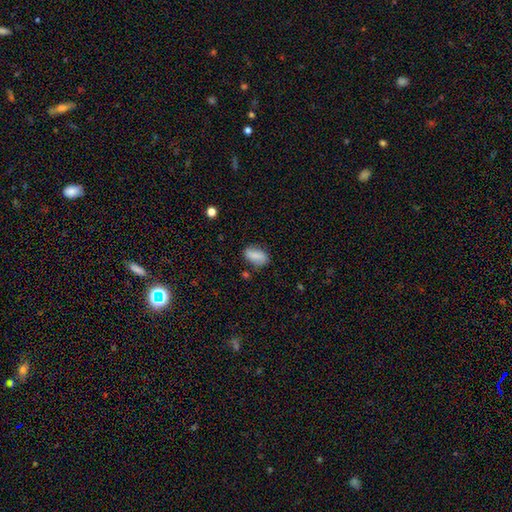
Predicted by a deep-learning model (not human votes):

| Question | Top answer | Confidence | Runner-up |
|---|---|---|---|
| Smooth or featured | smooth | 80% | featured or disk (12%) |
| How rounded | in between | 89% | round (6%) |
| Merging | none | 73% | minor disturbance (19%) |